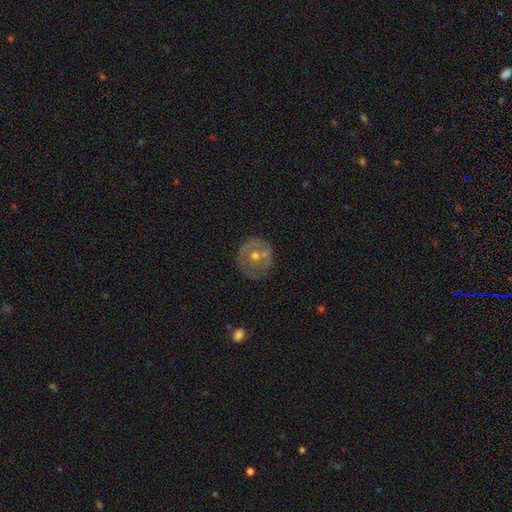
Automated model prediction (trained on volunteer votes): smooth-or-featured: featured or disk: 59% | smooth: 32% | star or artifact: 9%
  disk-edge-on: no: 96% | yes: 4%
    bar: no: 80% | weak: 15% | strong: 5%
    has-spiral-arms: no: 72% | yes: 28%
    bulge-size: moderate: 65% | small: 31% | large: 2% | none: 1% | dominant: 1%
  merging: none: 72% | minor disturbance: 17% | major disturbance: 7% | merger: 4%